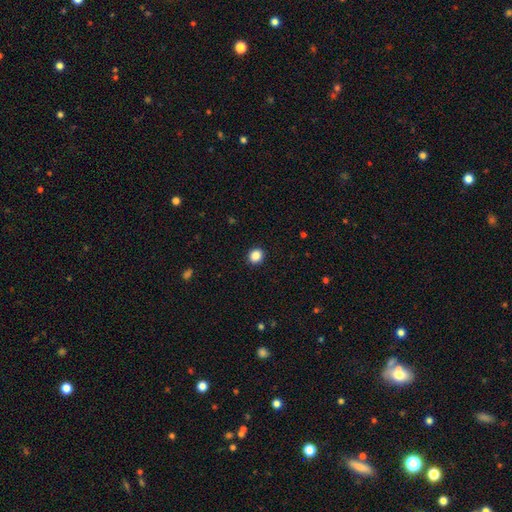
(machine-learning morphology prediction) This is clearly a smooth galaxy (87%). How rounded: likely round (79%). Merging: clearly none (92%).